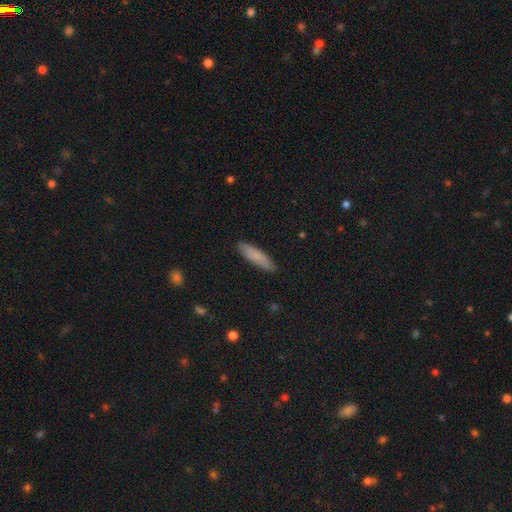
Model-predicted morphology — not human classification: Smooth or featured: smooth — 83% (featured or disk — 11%)
How rounded: cigar-shaped — 76% (in between — 23%)
Merging: none — 88% (minor disturbance — 10%)